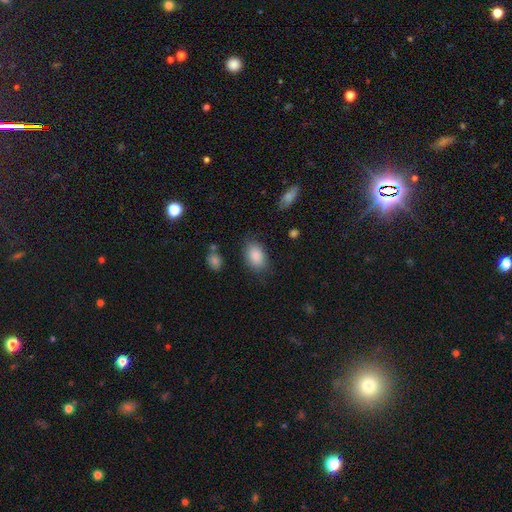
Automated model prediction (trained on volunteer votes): A smooth galaxy with no disk features (88%) that is in between round and cigar-shaped (89%). Merging: none (78%).